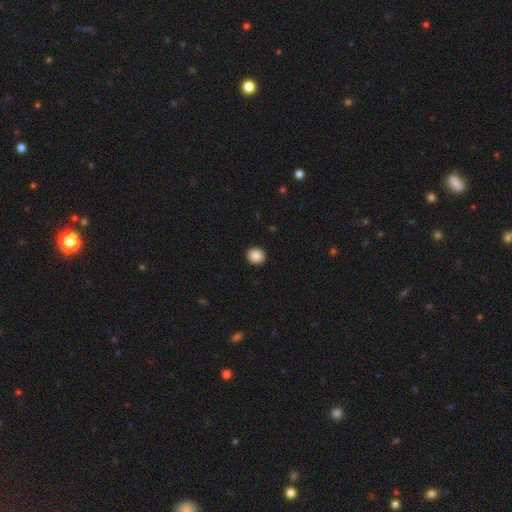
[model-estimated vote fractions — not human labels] Smooth or featured?
  - smooth: 87% *
  - star or artifact: 9%
  - featured or disk: 4%
How rounded?
  - round: 88% *
  - in between: 11%
  - cigar-shaped: 1%
Merging?
  - none: 93% *
  - minor disturbance: 5%
  - major disturbance: 1%
  - merger: 1%